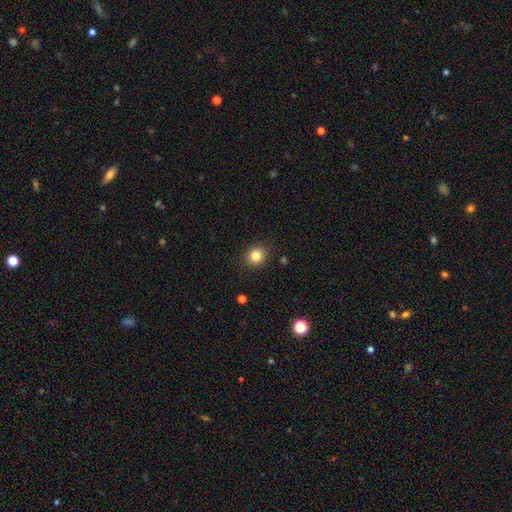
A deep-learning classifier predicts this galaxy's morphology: smooth_or_featured: smooth (p=0.83) [alt: star or artifact p=0.11]
how_rounded: round (p=0.83) [alt: in between p=0.16]
merging: none (p=0.89) [alt: minor disturbance p=0.07]